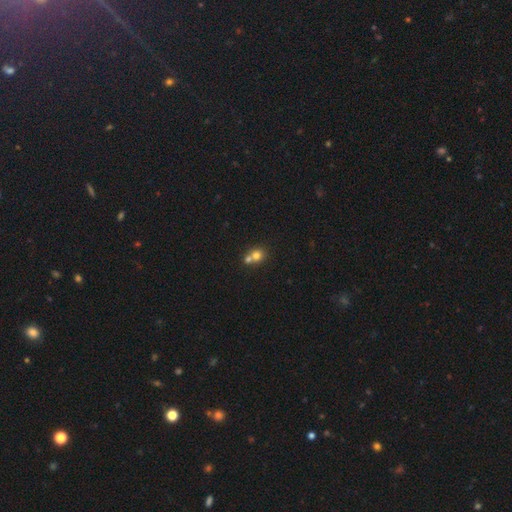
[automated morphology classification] Smooth or featured: smooth — 74% (featured or disk — 14%)
How rounded: round — 79% (in between — 20%)
Merging: merger — 56% (none — 36%)